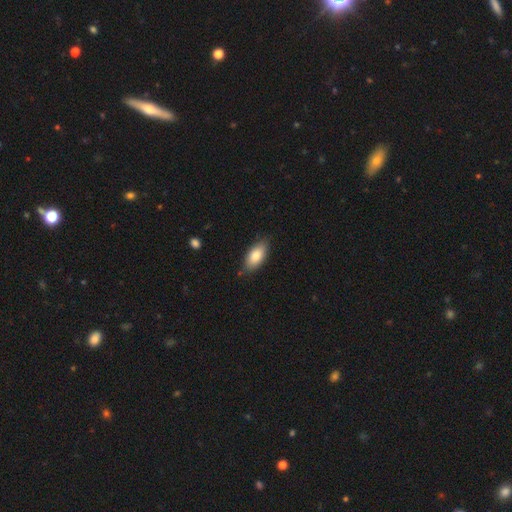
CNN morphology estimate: A smooth galaxy with no disk features (81%) that is in between round and cigar-shaped (89%).

Vote fractions:
- Smooth or featured? smooth: 81% / featured or disk: 12% / star or artifact: 6%
- How rounded? in between: 89% / cigar-shaped: 8% / round: 3%
- Merging? none: 82% / minor disturbance: 14% / major disturbance: 2% / merger: 2%